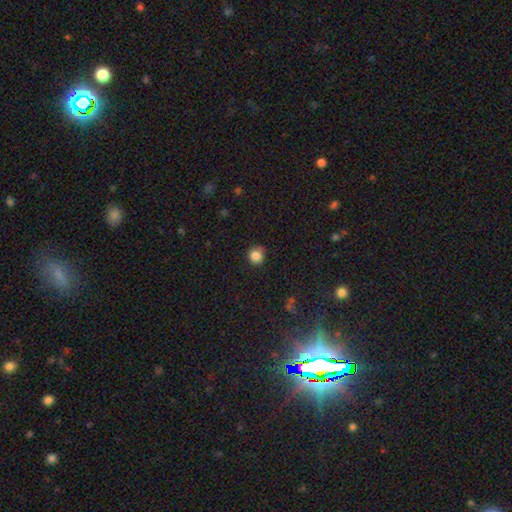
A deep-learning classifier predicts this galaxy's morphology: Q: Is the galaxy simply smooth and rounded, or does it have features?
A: smooth — 85%.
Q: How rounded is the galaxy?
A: round — 87%.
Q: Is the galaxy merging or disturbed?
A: none — 77%.